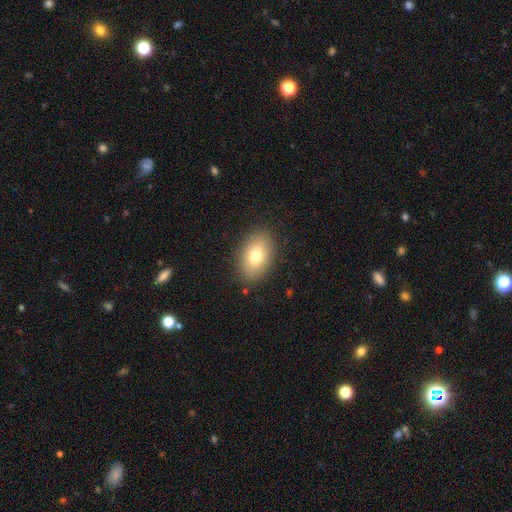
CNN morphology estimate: A smooth galaxy with no disk features (76%) that is in between round and cigar-shaped (89%).

Vote fractions:
- Smooth or featured? smooth: 76% / featured or disk: 16% / star or artifact: 9%
- How rounded? in between: 89% / round: 10% / cigar-shaped: 2%
- Merging? none: 87% / minor disturbance: 9% / major disturbance: 3% / merger: 1%